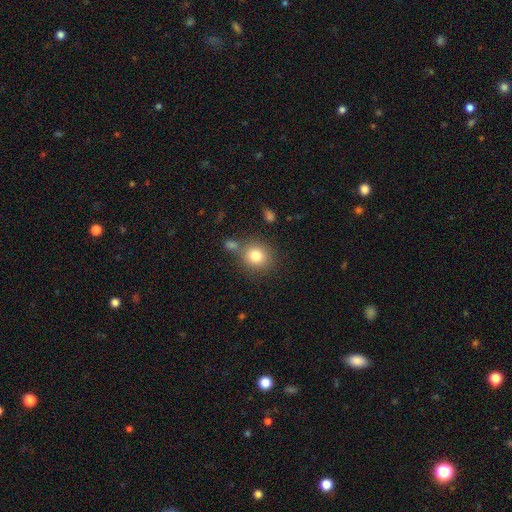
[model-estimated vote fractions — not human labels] A smooth galaxy with no disk features (81%) that is round (84%). Merging: none (71%).